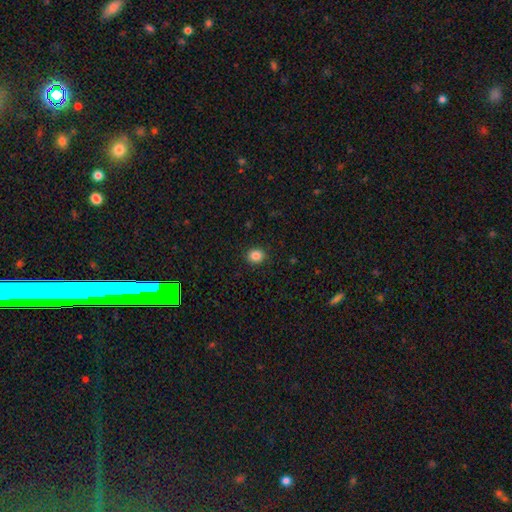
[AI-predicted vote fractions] smooth_or_featured: smooth (p=0.86) [alt: star or artifact p=0.10]
how_rounded: round (p=0.72) [alt: in between p=0.27]
merging: none (p=0.90) [alt: minor disturbance p=0.07]